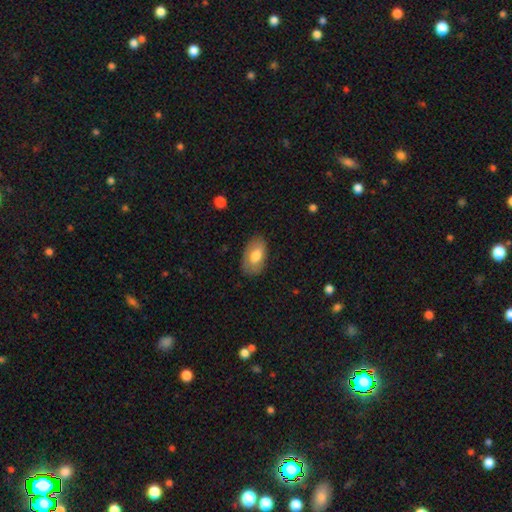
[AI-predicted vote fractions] A smooth galaxy with no disk features (72%) that is in between round and cigar-shaped (93%).

Vote fractions:
- Smooth or featured? smooth: 72% / featured or disk: 21% / star or artifact: 6%
- How rounded? in between: 93% / round: 5% / cigar-shaped: 2%
- Merging? none: 80% / minor disturbance: 15% / major disturbance: 4% / merger: 1%